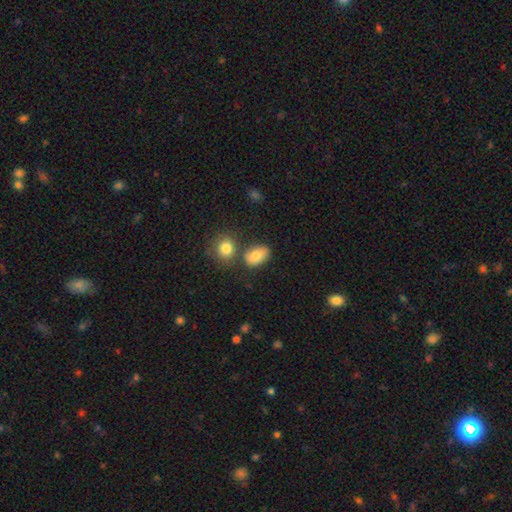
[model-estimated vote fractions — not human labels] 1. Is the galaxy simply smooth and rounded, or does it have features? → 82% smooth, 9% featured or disk, 9% star or artifact.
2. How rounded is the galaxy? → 85% in between, 13% round, 2% cigar-shaped.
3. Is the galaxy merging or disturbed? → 64% none, 16% merger, 15% minor disturbance, 5% major disturbance.